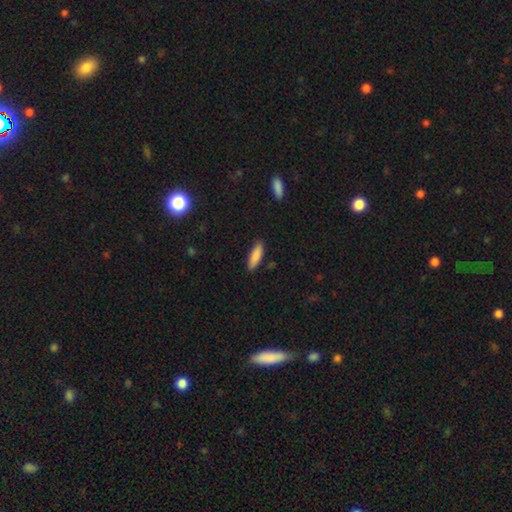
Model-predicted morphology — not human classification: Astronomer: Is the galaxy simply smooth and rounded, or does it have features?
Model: smooth — 87%.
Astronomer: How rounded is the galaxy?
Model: cigar-shaped — 50% (runner-up: in between, 48%).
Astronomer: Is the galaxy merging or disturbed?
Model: none — 88%.